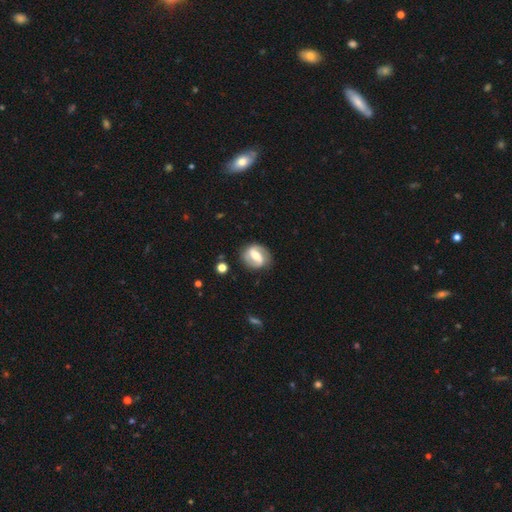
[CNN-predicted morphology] This appears to be a featured or disk galaxy (74%) with a strong bar (56%), 2 (87%) medium (42%) spiral arms (82%) and a moderate central bulge (59%). Merging: none (82%).